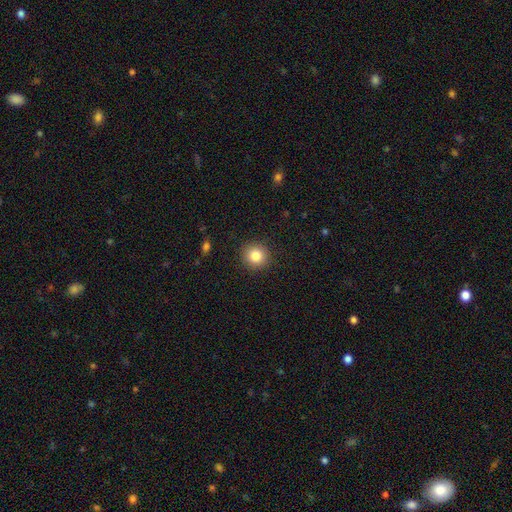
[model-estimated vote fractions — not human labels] A smooth galaxy with no disk features (84%) that is round (92%).

Vote fractions:
- Smooth or featured? smooth: 84% / star or artifact: 10% / featured or disk: 6%
- How rounded? round: 92% / in between: 7% / cigar-shaped: 1%
- Merging? none: 91% / minor disturbance: 6% / major disturbance: 2% / merger: 1%